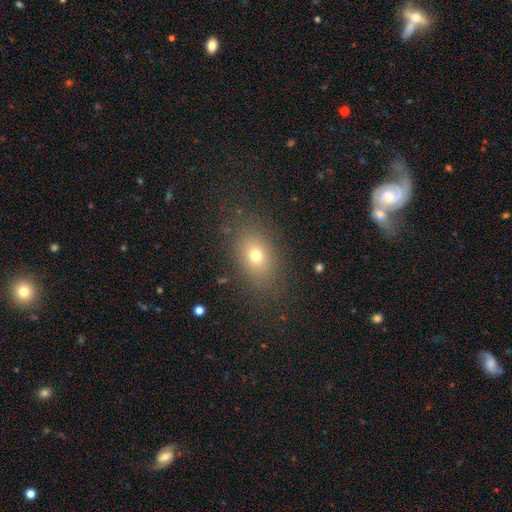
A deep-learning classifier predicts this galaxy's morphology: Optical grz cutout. It shows a smooth galaxy with no disk features (71%) that is in between round and cigar-shaped (75%). Merging: none (83%).